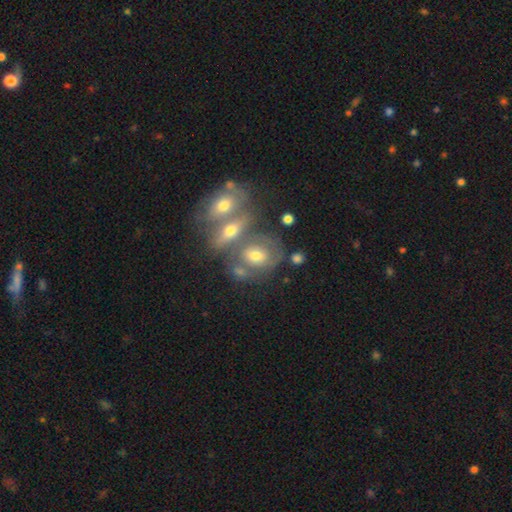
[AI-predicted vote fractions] Smooth or featured? Predicted: featured or disk (p=0.48). Merging? Predicted: merger (p=0.42).